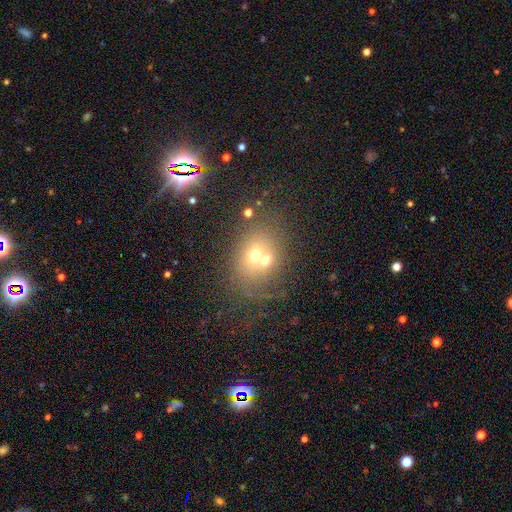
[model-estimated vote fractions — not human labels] Overall: smooth (56%; featured or disk 27%). How rounded: round (51%; in between 48%). Merging: merger (49%; none 35%).